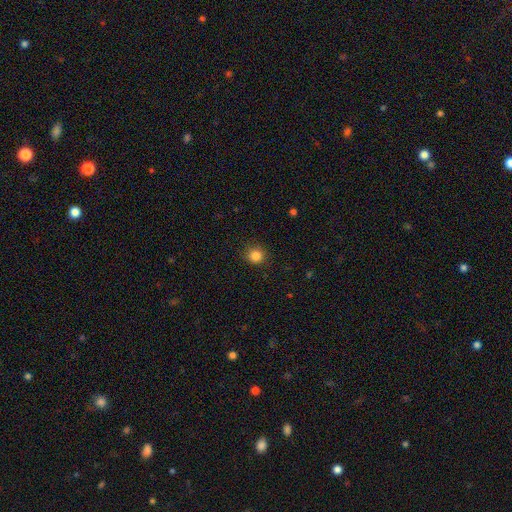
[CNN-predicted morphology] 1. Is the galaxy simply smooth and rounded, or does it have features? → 85% smooth, 12% star or artifact, 4% featured or disk.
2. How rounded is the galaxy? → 90% round, 9% in between, 1% cigar-shaped.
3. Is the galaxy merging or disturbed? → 88% none, 8% minor disturbance, 2% major disturbance, 1% merger.